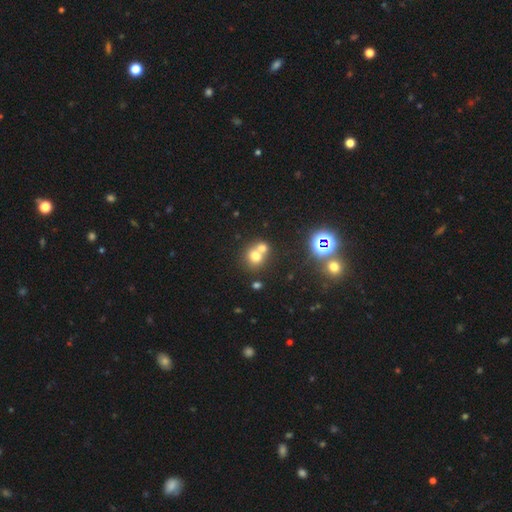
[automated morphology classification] Smooth or featured?
  - smooth: 68% *
  - star or artifact: 17%
  - featured or disk: 15%
How rounded?
  - round: 77% *
  - in between: 22%
  - cigar-shaped: 1%
Merging?
  - merger: 58% *
  - none: 34%
  - minor disturbance: 6%
  - major disturbance: 3%